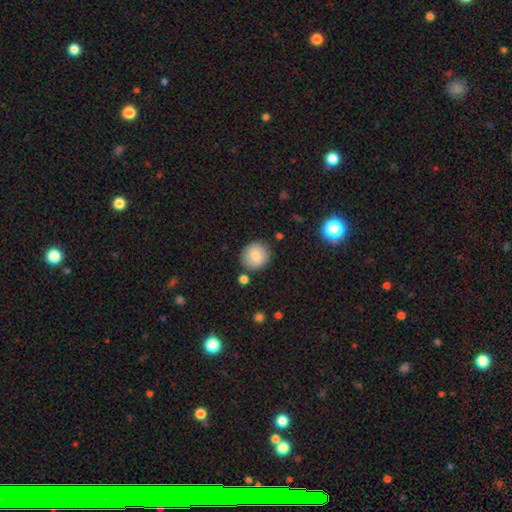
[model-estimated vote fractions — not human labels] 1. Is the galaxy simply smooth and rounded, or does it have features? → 78% smooth, 13% featured or disk, 9% star or artifact.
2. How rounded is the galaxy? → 90% round, 9% in between, 1% cigar-shaped.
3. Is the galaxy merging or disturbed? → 84% none, 9% minor disturbance, 4% merger, 2% major disturbance.